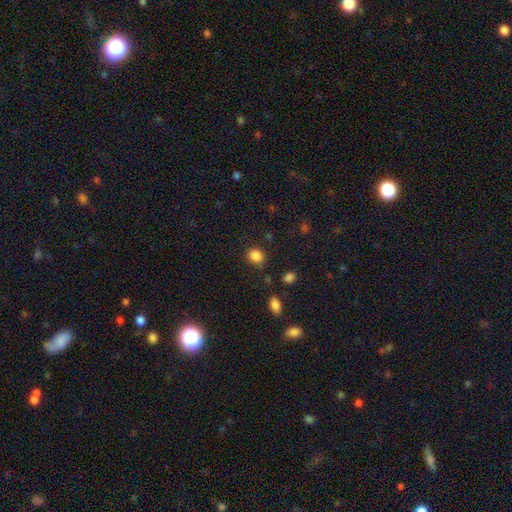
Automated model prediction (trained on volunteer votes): A smooth galaxy with no disk features (86%) that is round (71%).

Vote fractions:
- Smooth or featured? smooth: 86% / star or artifact: 11% / featured or disk: 4%
- How rounded? round: 71% / in between: 28% / cigar-shaped: 1%
- Merging? none: 79% / minor disturbance: 14% / major disturbance: 4% / merger: 3%